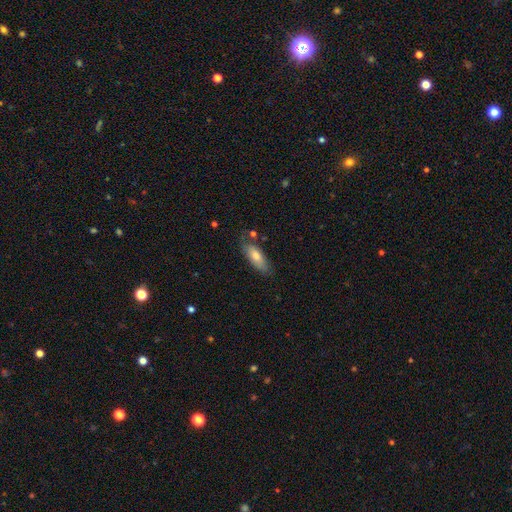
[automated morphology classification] A smooth galaxy with no disk features (69%) that is in between round and cigar-shaped (65%).

Vote fractions:
- Smooth or featured? smooth: 69% / featured or disk: 24% / star or artifact: 7%
- How rounded? in between: 65% / cigar-shaped: 33% / round: 2%
- Merging? none: 70% / minor disturbance: 21% / major disturbance: 5% / merger: 4%